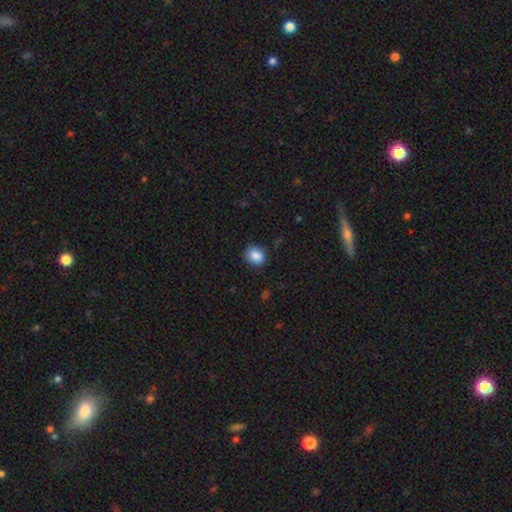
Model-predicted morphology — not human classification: The model was most divided on "how rounded": round: 53%, in between: 46%, cigar-shaped: 1%. More confident: smooth or featured — smooth (87%); merging — none (84%).